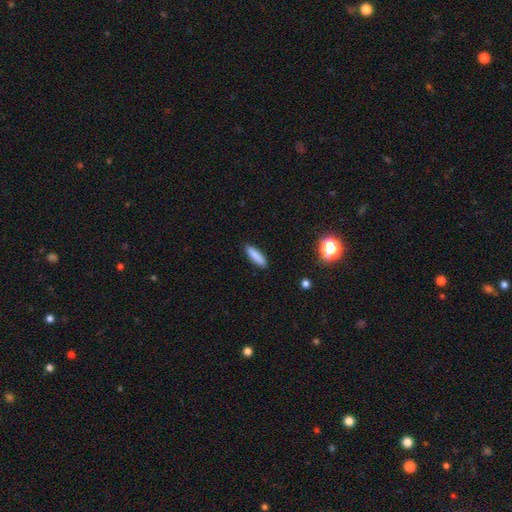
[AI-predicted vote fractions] Smooth or featured? smooth (86%)
How rounded? cigar-shaped (71%)
Merging? none (89%)